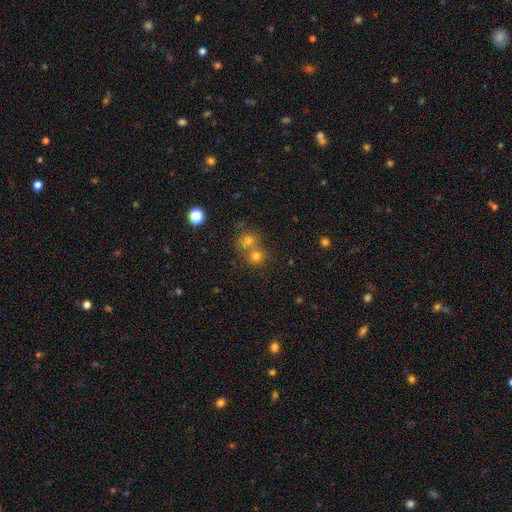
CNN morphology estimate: type=smooth (60%); roundness=round (87%); merging=none (52%).